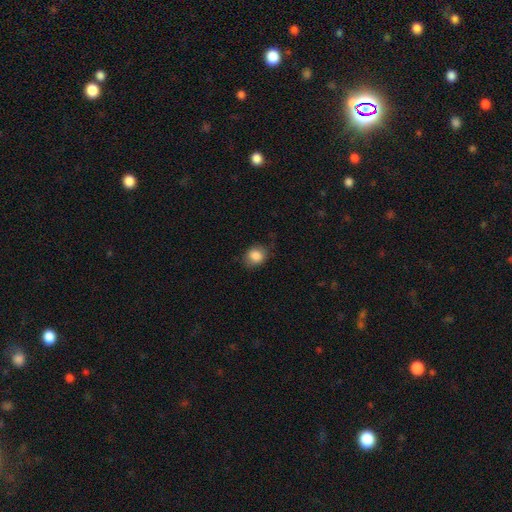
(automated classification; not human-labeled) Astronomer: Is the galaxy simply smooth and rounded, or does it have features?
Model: smooth — 85%.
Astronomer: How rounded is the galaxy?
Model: round — 62%.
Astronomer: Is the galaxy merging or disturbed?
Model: none — 75%.